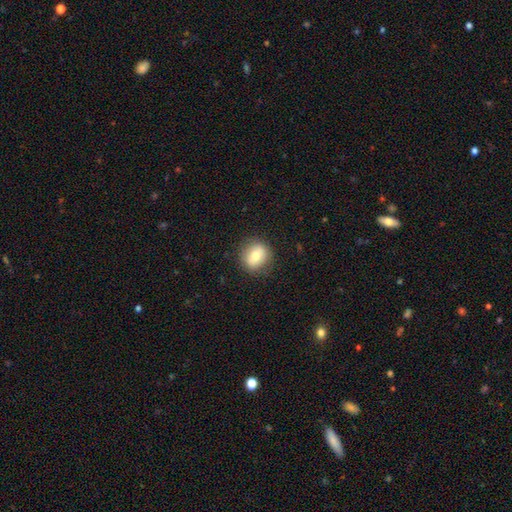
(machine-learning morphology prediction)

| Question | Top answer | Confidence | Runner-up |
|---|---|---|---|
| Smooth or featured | smooth | 72% | featured or disk (19%) |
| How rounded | round | 76% | in between (23%) |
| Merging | none | 86% | minor disturbance (10%) |